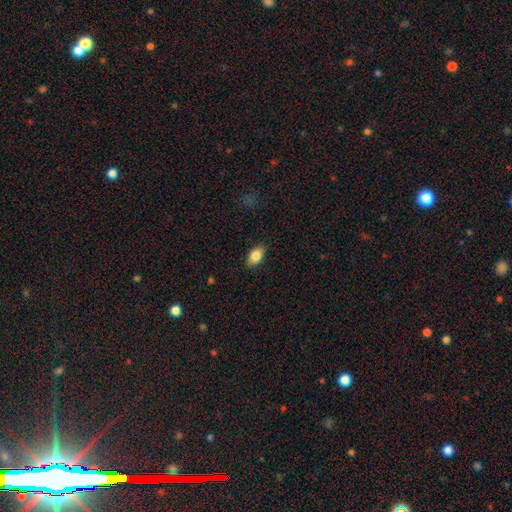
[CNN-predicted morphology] Smooth or featured? Predicted: smooth (p=0.84). How rounded? Predicted: in between (p=0.90). Merging? Predicted: none (p=0.86).